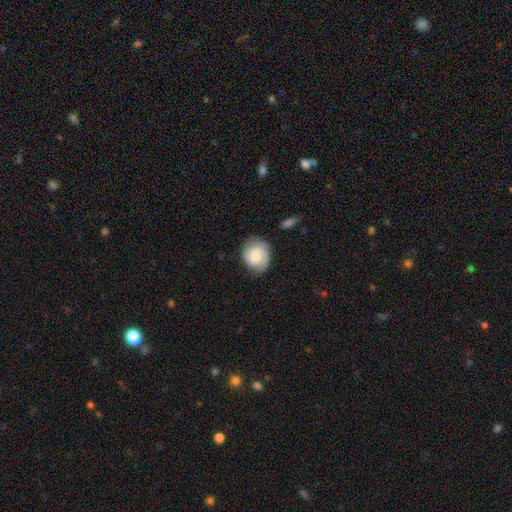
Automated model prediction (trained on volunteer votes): Smooth or featured: smooth — 70% (featured or disk — 23%)
How rounded: round — 70% (in between — 29%)
Merging: none — 75% (minor disturbance — 18%)